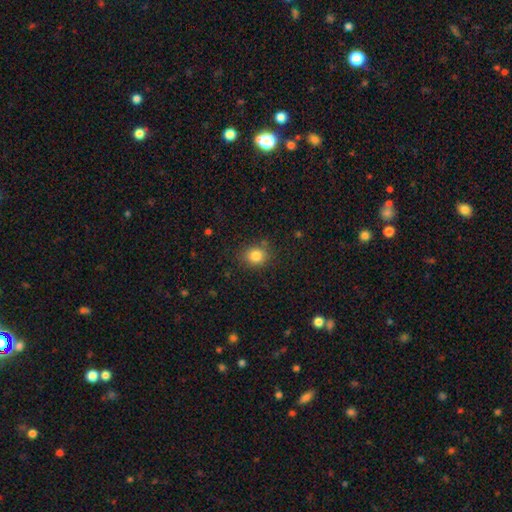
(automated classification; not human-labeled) Smooth or featured: smooth — 83% (star or artifact — 11%)
How rounded: round — 74% (in between — 26%)
Merging: none — 81% (minor disturbance — 13%)